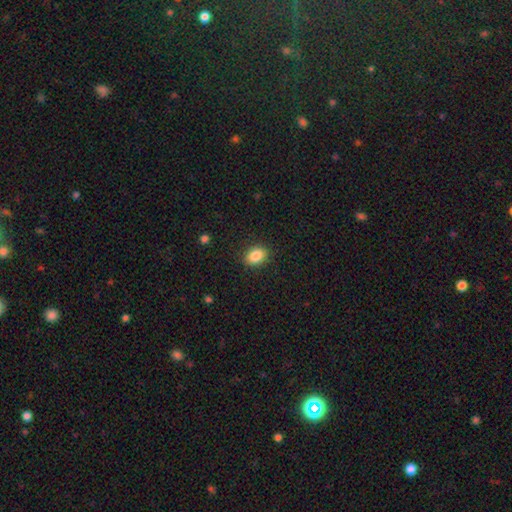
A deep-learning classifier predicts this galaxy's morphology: Smooth or featured? Predicted: smooth (p=0.87). How rounded? Predicted: in between (p=0.79). Merging? Predicted: none (p=0.88).